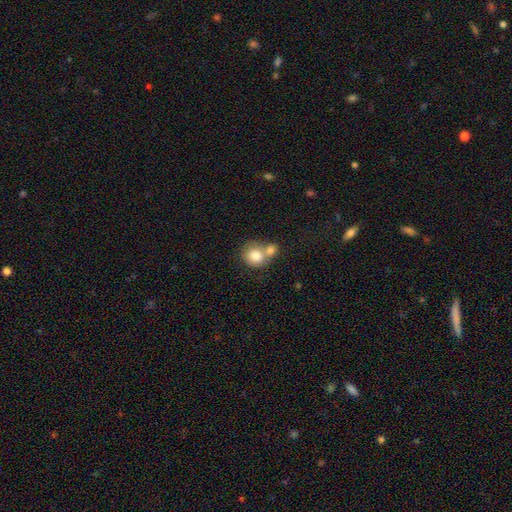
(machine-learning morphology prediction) The model was most divided on "merging": merger: 54%, none: 34%, minor disturbance: 8%, major disturbance: 4%. More confident: smooth or featured — smooth (80%); how rounded — round (80%).